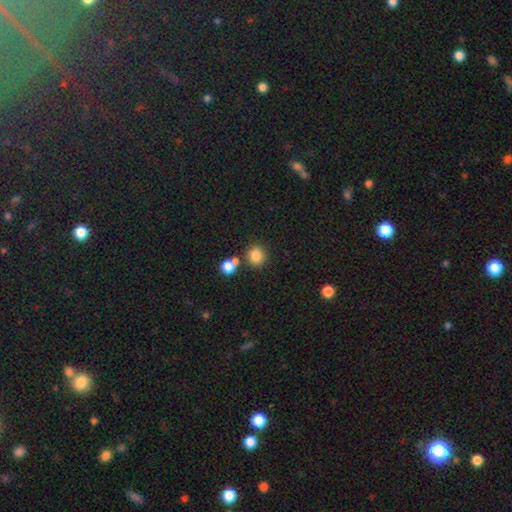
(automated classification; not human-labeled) A smooth galaxy with no disk features (83%) that is round (85%). Merging: none (72%).